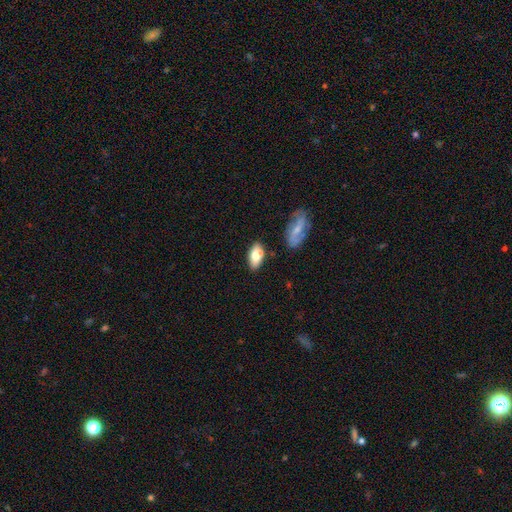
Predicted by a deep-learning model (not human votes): Overall: smooth (71%). How rounded: in between (89%). Merging: none (66%).